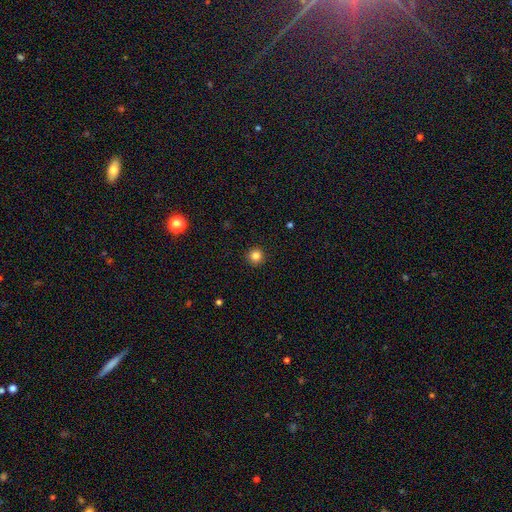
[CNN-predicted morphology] Overall: smooth (83%). How rounded: round (96%). Merging: none (93%).